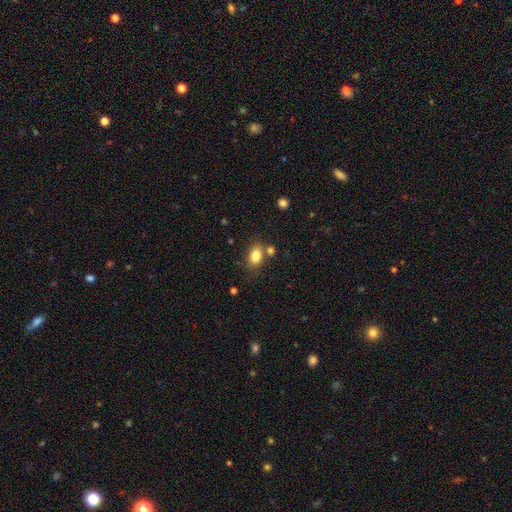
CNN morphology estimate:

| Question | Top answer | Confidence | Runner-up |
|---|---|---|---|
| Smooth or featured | smooth | 83% | star or artifact (9%) |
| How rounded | in between | 81% | round (17%) |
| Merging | none | 69% | merger (14%) |